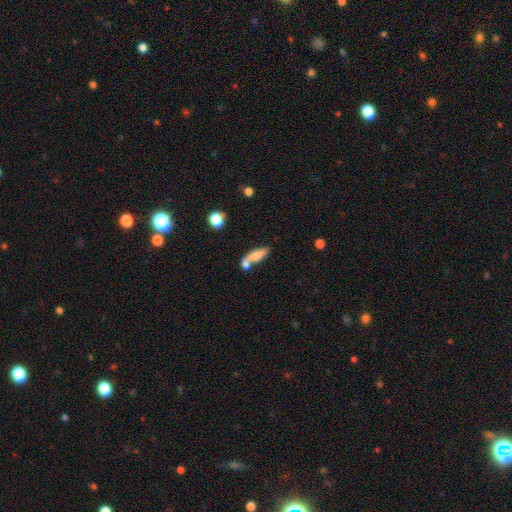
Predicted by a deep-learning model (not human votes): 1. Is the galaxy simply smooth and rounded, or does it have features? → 72% smooth, 20% featured or disk, 8% star or artifact.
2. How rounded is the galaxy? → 49% in between, 47% cigar-shaped, 4% round.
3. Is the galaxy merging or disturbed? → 44% merger, 37% none, 12% minor disturbance, 6% major disturbance.